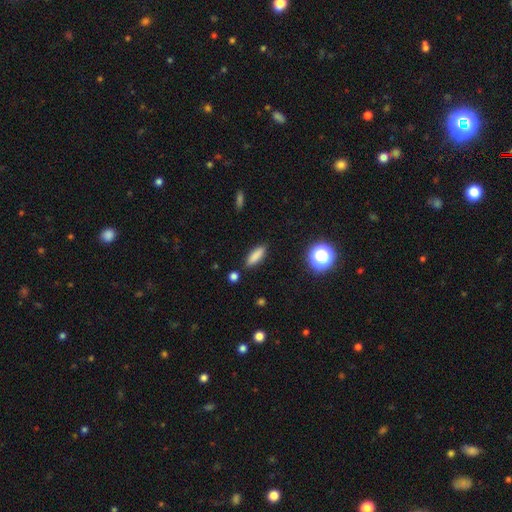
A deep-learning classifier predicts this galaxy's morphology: Smooth or featured? Predicted: smooth (p=0.83). How rounded? Predicted: in between (p=0.55). Merging? Predicted: none (p=0.86).